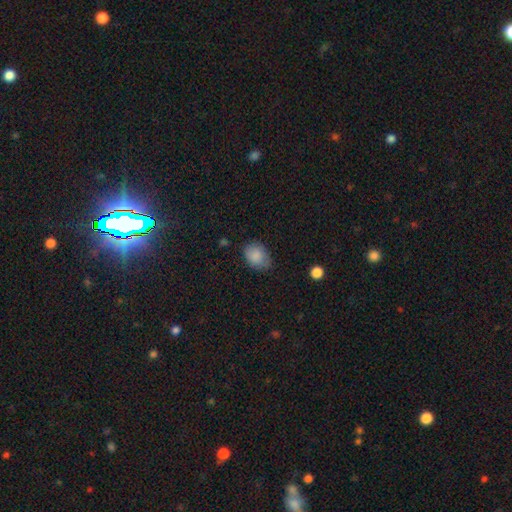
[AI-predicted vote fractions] Smooth or featured?
  - smooth: 86% *
  - star or artifact: 8%
  - featured or disk: 6%
How rounded?
  - in between: 68% *
  - round: 31%
  - cigar-shaped: 1%
Merging?
  - none: 71% *
  - minor disturbance: 23%
  - major disturbance: 5%
  - merger: 1%